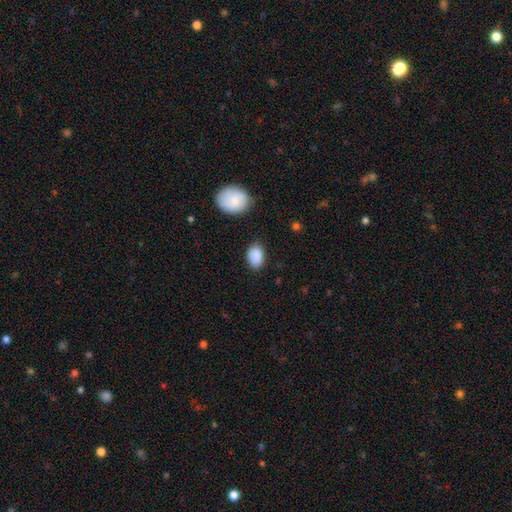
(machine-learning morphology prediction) smooth-or-featured: smooth: 89% | star or artifact: 7% | featured or disk: 4%
  how-rounded: in between: 81% | round: 18% | cigar-shaped: 1%
  merging: none: 79% | minor disturbance: 16% | major disturbance: 3% | merger: 2%